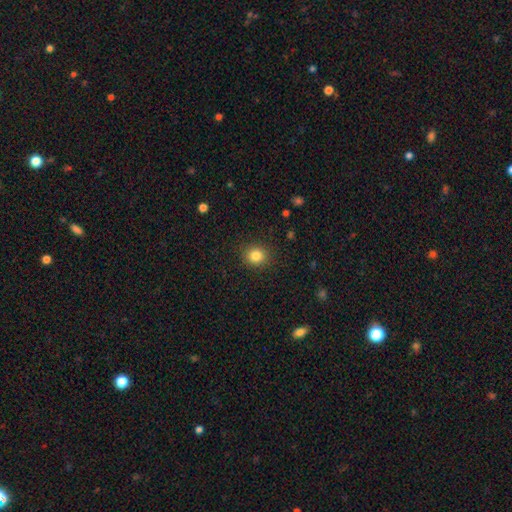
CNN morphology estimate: This is clearly a smooth galaxy (84%). How rounded: clearly round (81%). Merging: clearly none (89%).